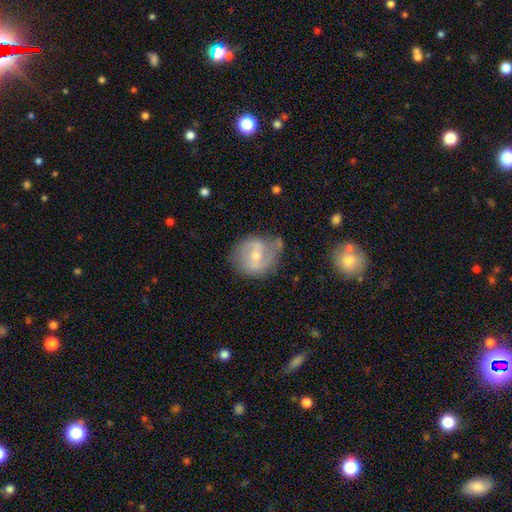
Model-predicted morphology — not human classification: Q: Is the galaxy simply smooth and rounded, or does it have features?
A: featured or disk — 61%.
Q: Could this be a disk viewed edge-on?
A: no — 97%.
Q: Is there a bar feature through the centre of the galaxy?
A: weak — 53%.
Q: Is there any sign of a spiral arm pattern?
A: yes — 80%.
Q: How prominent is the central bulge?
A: moderate — 49%.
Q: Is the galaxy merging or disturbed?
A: none — 57%.